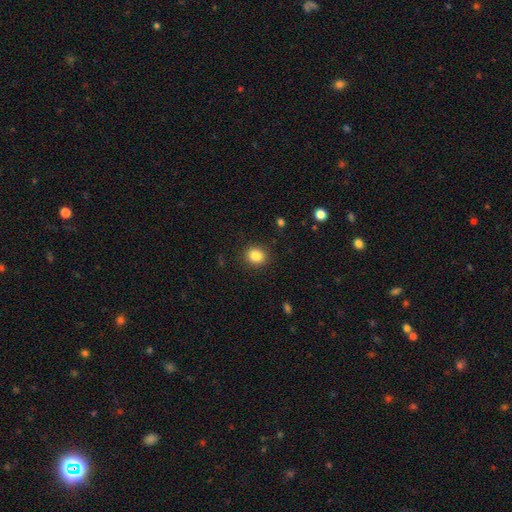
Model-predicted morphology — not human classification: type=smooth (85%); roundness=round (79%); merging=none (90%).